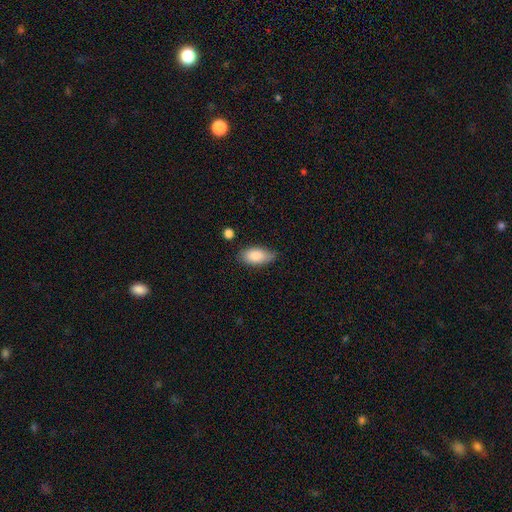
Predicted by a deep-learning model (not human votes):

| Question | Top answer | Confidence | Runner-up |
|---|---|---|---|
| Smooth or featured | smooth | 83% | featured or disk (10%) |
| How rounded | in between | 91% | cigar-shaped (6%) |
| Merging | none | 70% | minor disturbance (23%) |